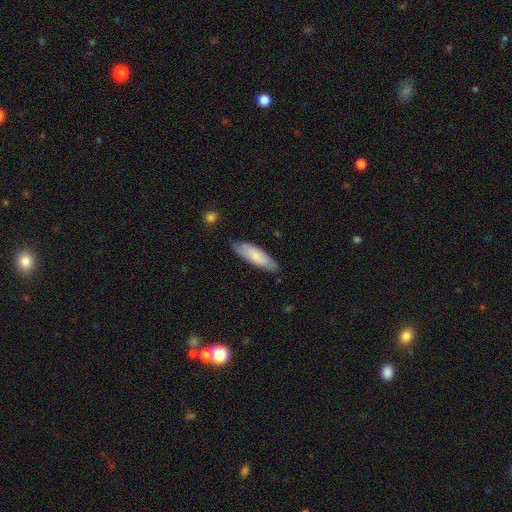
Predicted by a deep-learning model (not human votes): Q: Smooth or featured?
A: smooth (74%); runner-up: featured or disk (20%)
Q: How rounded?
A: cigar-shaped (51%); runner-up: in between (48%)
Q: Merging?
A: none (79%); runner-up: minor disturbance (17%)